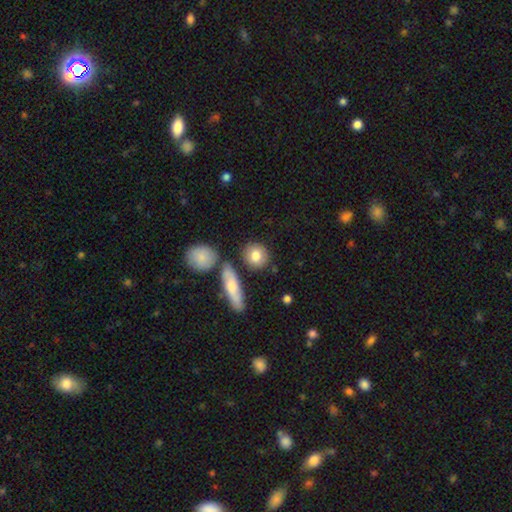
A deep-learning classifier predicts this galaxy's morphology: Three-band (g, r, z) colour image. It shows a smooth galaxy with no disk features (80%) that is round (74%). Merging: none (78%).